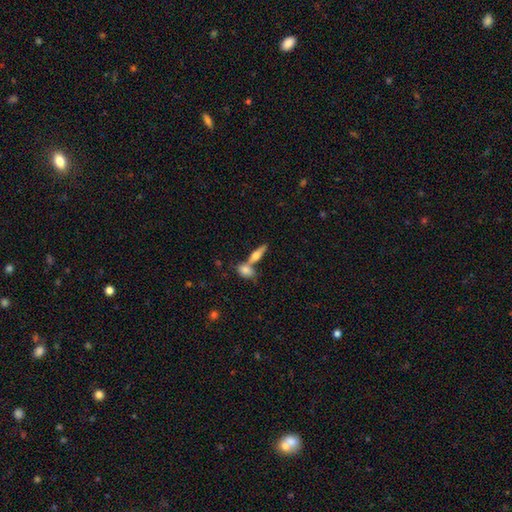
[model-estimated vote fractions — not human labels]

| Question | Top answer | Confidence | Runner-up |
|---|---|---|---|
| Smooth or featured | smooth | 52% | featured or disk (40%) |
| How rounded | cigar-shaped | 52% | in between (43%) |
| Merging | none | 49% | merger (39%) |